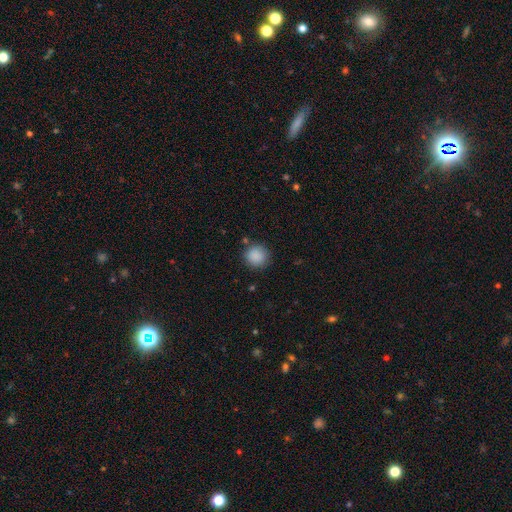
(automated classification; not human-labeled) smooth_or_featured: smooth (p=0.88) [alt: star or artifact p=0.09]
how_rounded: round (p=0.92) [alt: in between p=0.07]
merging: none (p=0.86) [alt: minor disturbance p=0.09]